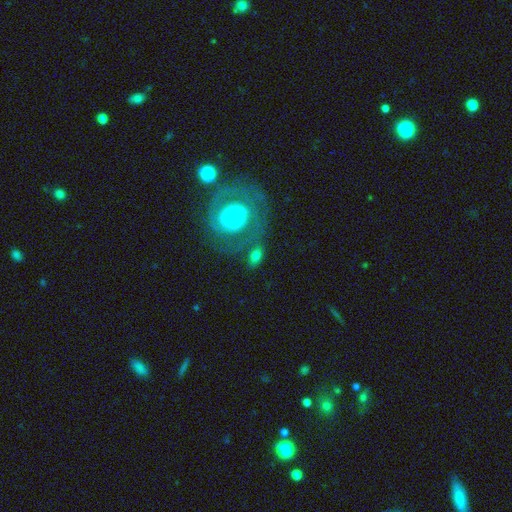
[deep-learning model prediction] Overall: featured or disk (47%; smooth 45%). Merging: none (59%).